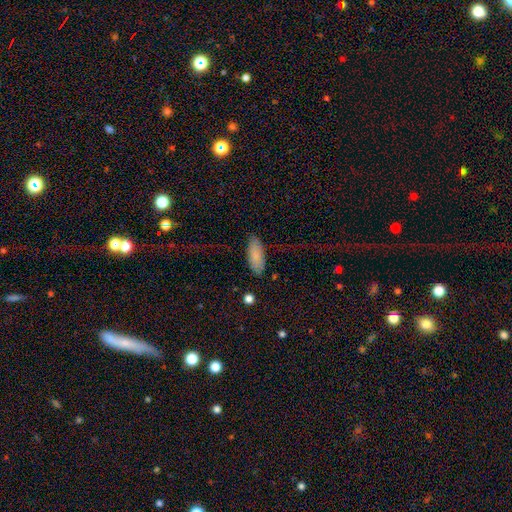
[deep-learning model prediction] Overall: smooth (85%). How rounded: in between (78%). Merging: none (84%).